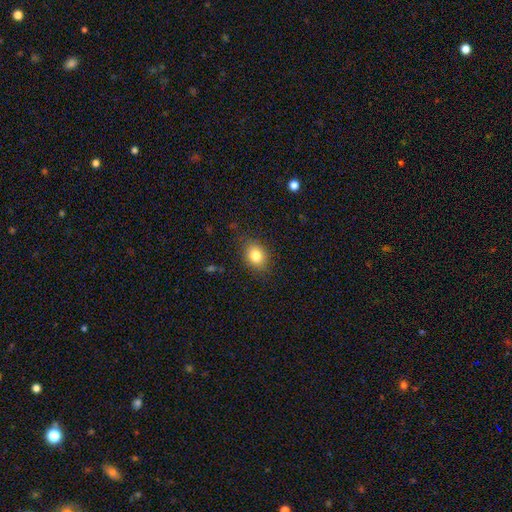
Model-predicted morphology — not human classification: Smooth or featured? Predicted: smooth (p=0.82). How rounded? Predicted: in between (p=0.50). Merging? Predicted: none (p=0.82).